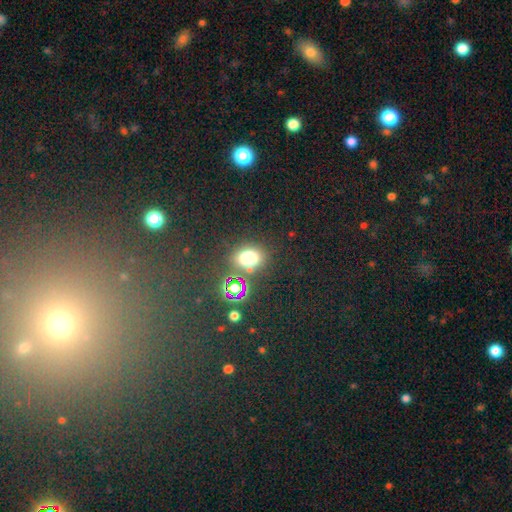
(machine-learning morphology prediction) Smooth or featured? Predicted: smooth (p=0.65). How rounded? Predicted: round (p=0.52). Merging? Predicted: none (p=0.82).